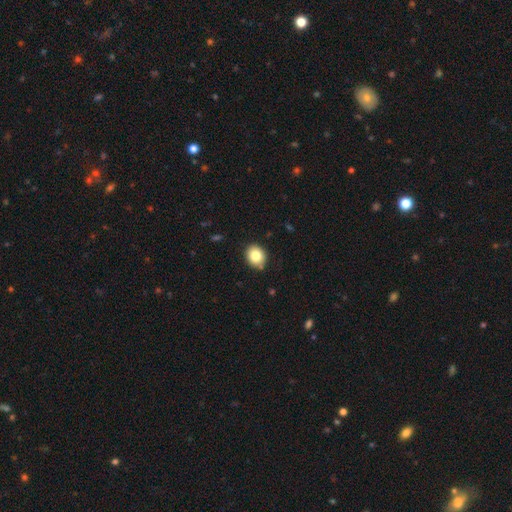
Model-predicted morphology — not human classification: This is clearly a smooth galaxy (82%). How rounded: likely round (64%). Merging: clearly none (88%).